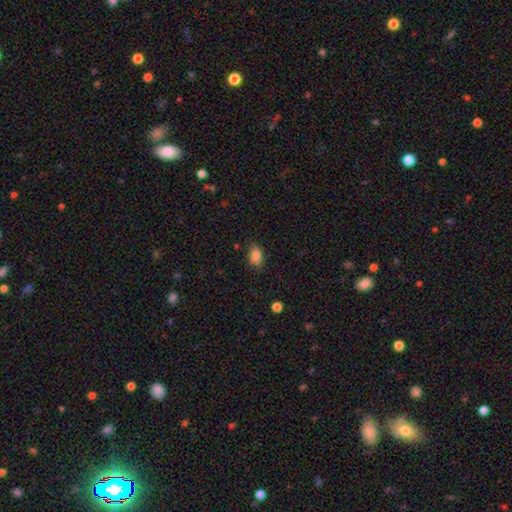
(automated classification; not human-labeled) Overall: smooth (82%). How rounded: in between (85%). Merging: none (78%).